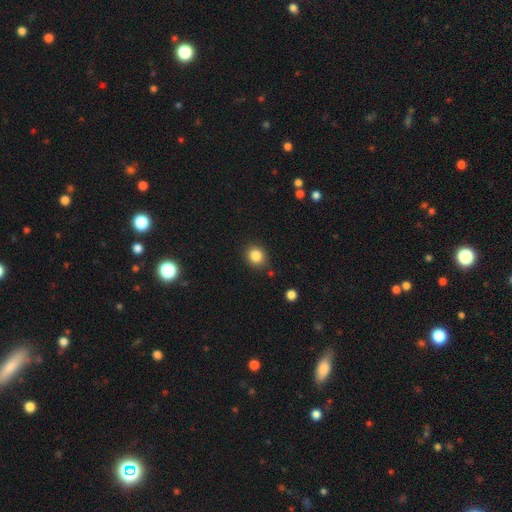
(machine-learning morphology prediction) smooth 85%, star or artifact 11%, featured or disk 5%. Down the decision tree: how rounded — round (80%); merging — none (86%).